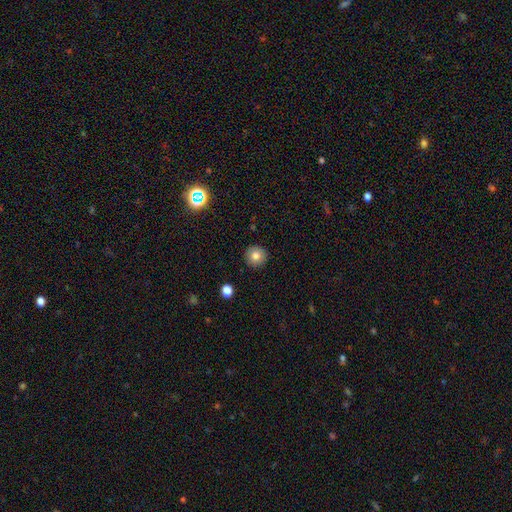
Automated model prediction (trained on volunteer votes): The model was most divided on "smooth or featured": smooth: 81%, star or artifact: 10%, featured or disk: 9%. More confident: how rounded — round (95%); merging — none (92%).